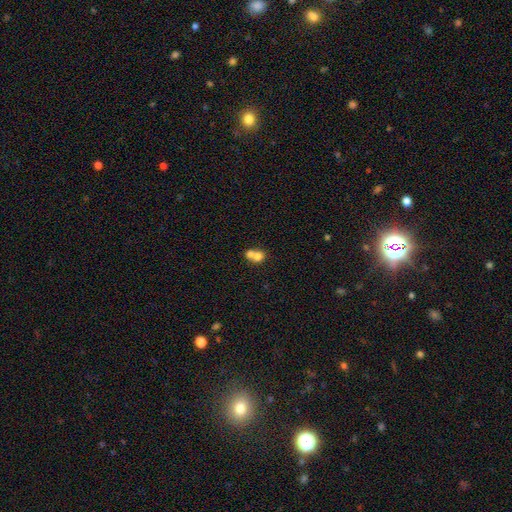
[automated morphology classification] smooth-or-featured: smooth: 72% | featured or disk: 17% | star or artifact: 10%
  how-rounded: round: 72% | in between: 27% | cigar-shaped: 1%
  merging: merger: 68% | none: 24% | minor disturbance: 5% | major disturbance: 2%